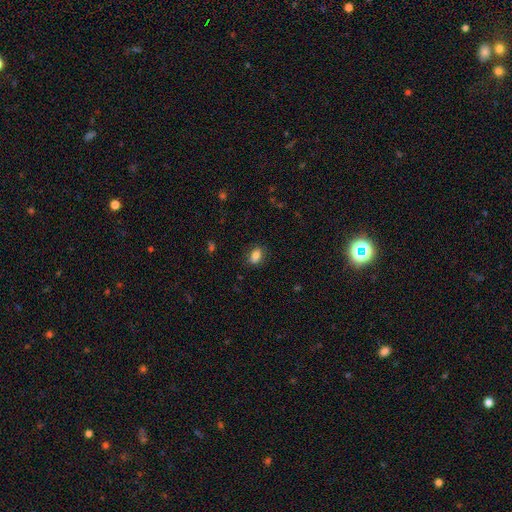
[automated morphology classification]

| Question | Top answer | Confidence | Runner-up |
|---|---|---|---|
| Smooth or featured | smooth | 83% | star or artifact (10%) |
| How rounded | in between | 81% | round (17%) |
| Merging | none | 82% | minor disturbance (13%) |